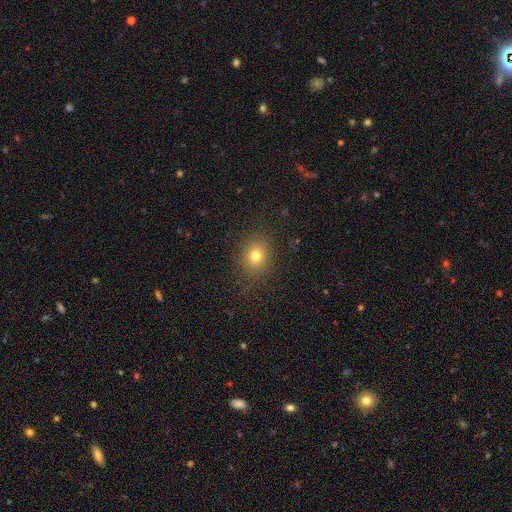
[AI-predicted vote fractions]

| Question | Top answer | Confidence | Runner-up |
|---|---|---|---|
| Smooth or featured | smooth | 76% | star or artifact (15%) |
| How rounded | round | 61% | in between (37%) |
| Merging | none | 86% | minor disturbance (9%) |